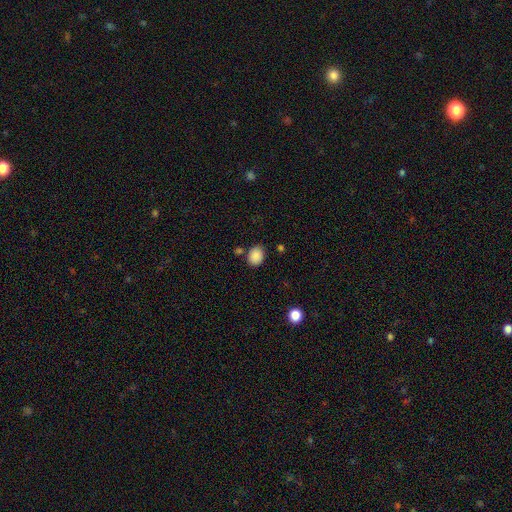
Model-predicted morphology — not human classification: smooth_or_featured: smooth (p=0.88) [alt: star or artifact p=0.09]
how_rounded: in between (p=0.54) [alt: round p=0.45]
merging: none (p=0.79) [alt: minor disturbance p=0.12]